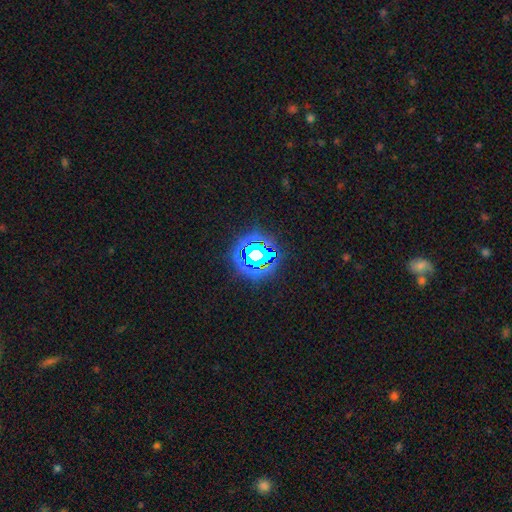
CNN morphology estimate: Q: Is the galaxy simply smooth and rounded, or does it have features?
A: star or artifact — 70%.